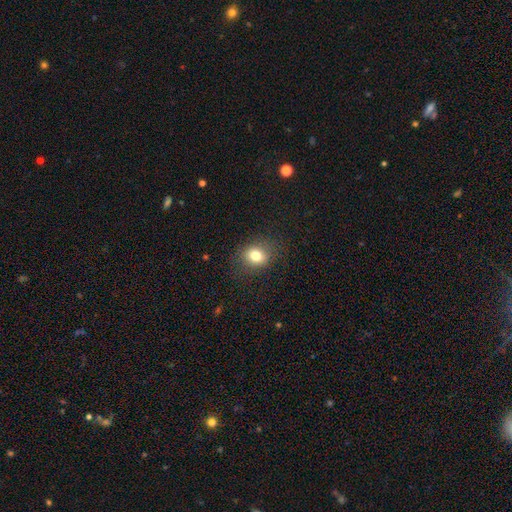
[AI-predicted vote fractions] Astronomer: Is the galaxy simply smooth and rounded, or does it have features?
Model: smooth — 79%.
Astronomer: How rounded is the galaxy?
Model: round — 59% (runner-up: in between, 40%).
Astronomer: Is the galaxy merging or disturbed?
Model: none — 84%.